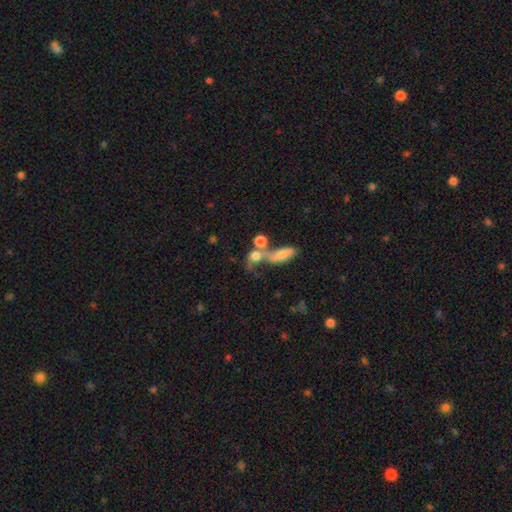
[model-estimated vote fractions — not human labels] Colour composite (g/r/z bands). It shows a smooth galaxy with no disk features (66%) that is round (53%). Merging: merger (58%).